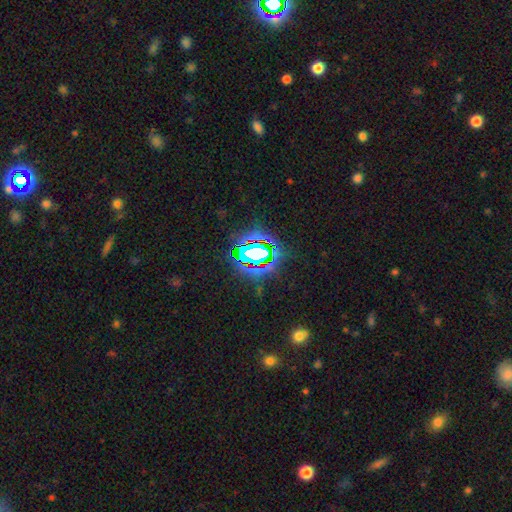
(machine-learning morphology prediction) A star or artifact, not a galaxy (69%).

Vote fractions:
- Smooth or featured? star or artifact: 69% / smooth: 17% / featured or disk: 14%